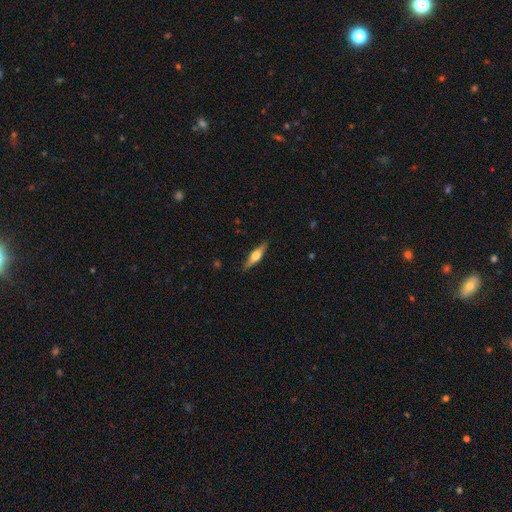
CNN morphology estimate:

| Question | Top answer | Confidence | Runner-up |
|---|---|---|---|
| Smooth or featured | featured or disk | 60% | smooth (34%) |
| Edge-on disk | yes | 96% | no (4%) |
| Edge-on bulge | rounded | 91% | boxy (7%) |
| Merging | none | 88% | minor disturbance (9%) |